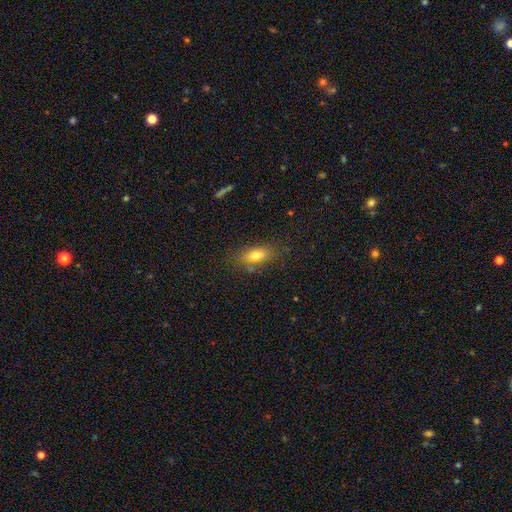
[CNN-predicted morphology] Smooth or featured? smooth (71%)
How rounded? in between (75%)
Merging? none (75%)